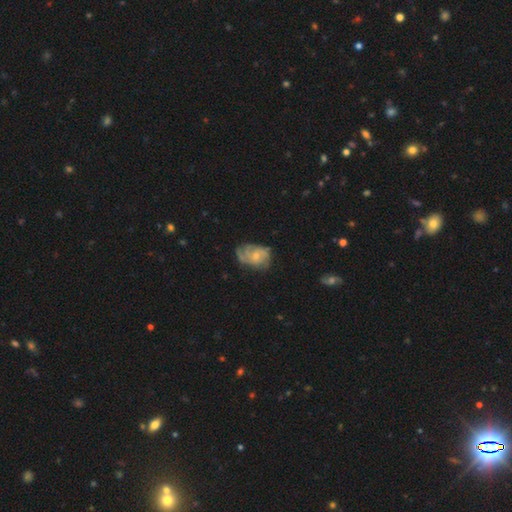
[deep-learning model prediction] Smooth or featured? Predicted: featured or disk (p=0.70). Edge-on disk? Predicted: no (p=0.97). Bar? Predicted: no (p=0.73). Spiral arms? Predicted: yes (p=0.86). Spiral winding? Predicted: medium (p=0.41). Spiral arm count? Predicted: can't tell (p=0.32). Bulge size? Predicted: small (p=0.59). Merging? Predicted: none (p=0.56).